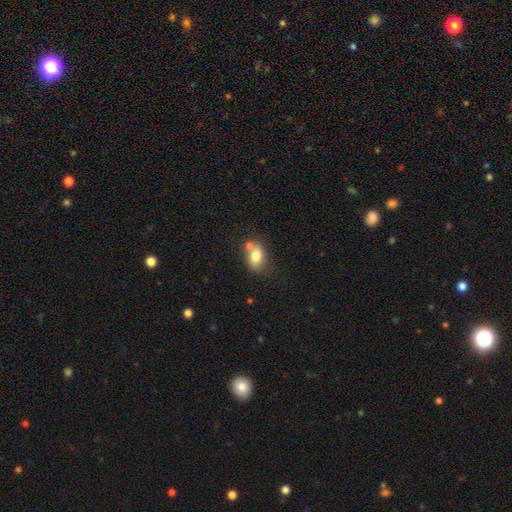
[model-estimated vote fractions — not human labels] Overall: smooth (78%). How rounded: in between (79%). Merging: none (46%; merger 31%).